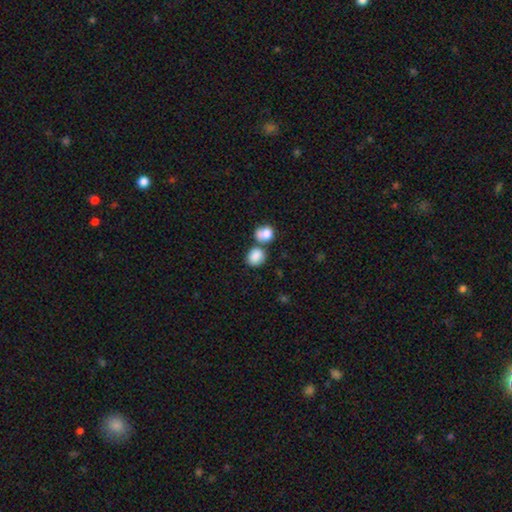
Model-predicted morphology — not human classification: smooth-or-featured: smooth: 86% | star or artifact: 8% | featured or disk: 6%
  how-rounded: round: 65% | in between: 34% | cigar-shaped: 1%
  merging: none: 52% | merger: 32% | minor disturbance: 12% | major disturbance: 4%